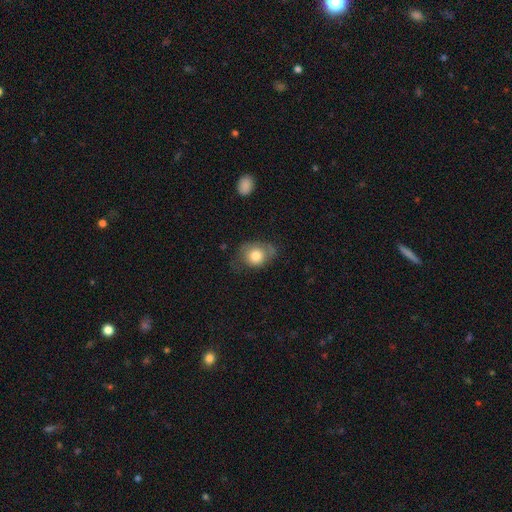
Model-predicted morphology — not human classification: Smooth or featured? smooth (73%)
How rounded? round (52%)
Merging? none (47%)